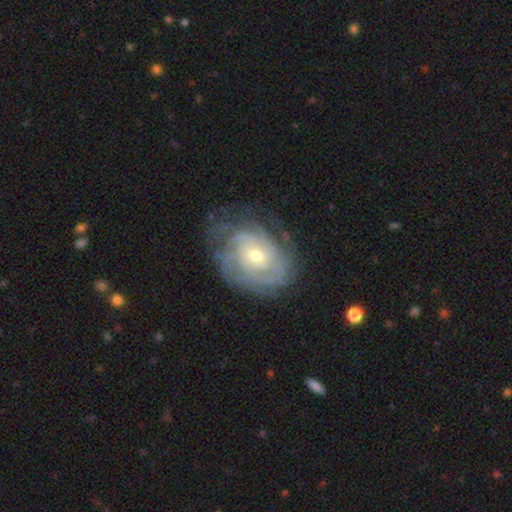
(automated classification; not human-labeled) featured or disk 85%, smooth 9%, star or artifact 6%. Down the decision tree: edge-on disk — no (97%); bar — no (71%); spiral arms — yes (94%); spiral arm count — can't tell (40%); spiral winding — tight (69%); bulge size — small (49%); merging — none (69%).